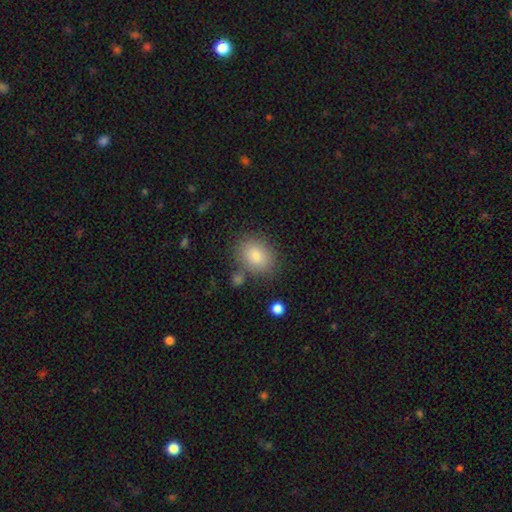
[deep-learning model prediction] smooth-or-featured: smooth: 84% | star or artifact: 9% | featured or disk: 7%
  how-rounded: in between: 69% | round: 29% | cigar-shaped: 1%
  merging: none: 79% | minor disturbance: 12% | merger: 5% | major disturbance: 4%